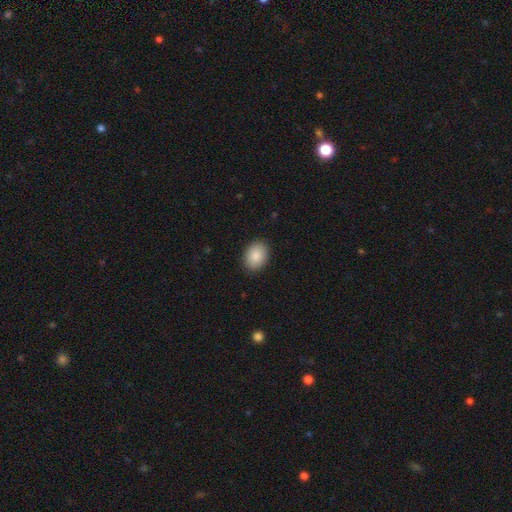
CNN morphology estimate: Smooth or featured: smooth — 88% (star or artifact — 7%)
How rounded: in between — 69% (round — 30%)
Merging: none — 90% (minor disturbance — 8%)